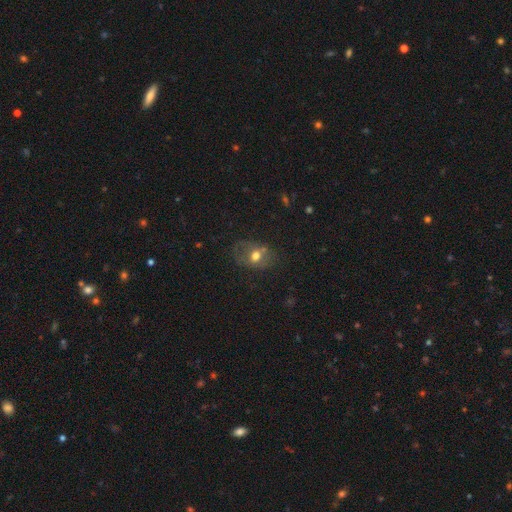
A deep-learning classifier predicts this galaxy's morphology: Q: Smooth or featured?
A: smooth (59%); runner-up: featured or disk (29%)
Q: How rounded?
A: in between (64%); runner-up: round (34%)
Q: Merging?
A: none (56%); runner-up: minor disturbance (24%)